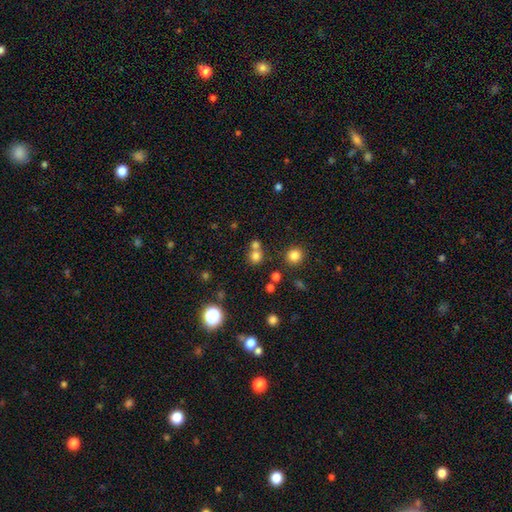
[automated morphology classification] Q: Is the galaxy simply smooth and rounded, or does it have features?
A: smooth — 73%.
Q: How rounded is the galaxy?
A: round — 87%.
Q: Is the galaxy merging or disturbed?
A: none — 54%.